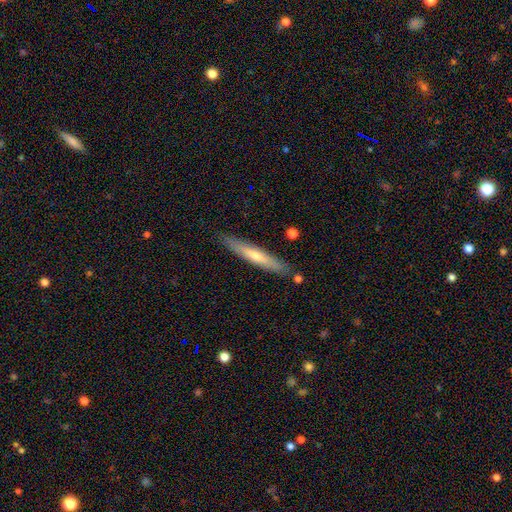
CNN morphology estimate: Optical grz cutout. It shows a featured or disk galaxy (49%). Merging: none (87%).